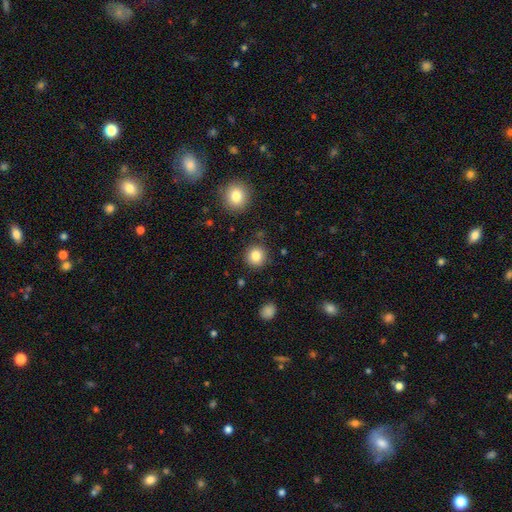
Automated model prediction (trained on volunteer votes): Morphology: type=smooth (84%); roundness=round (92%); merging=none (88%).